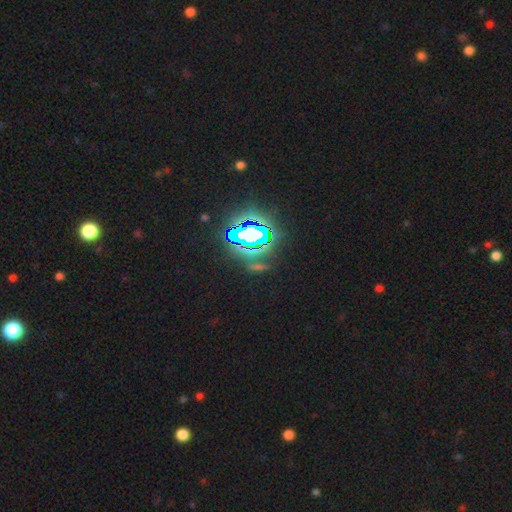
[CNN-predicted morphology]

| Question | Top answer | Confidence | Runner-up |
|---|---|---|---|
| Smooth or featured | star or artifact | 82% | smooth (12%) |